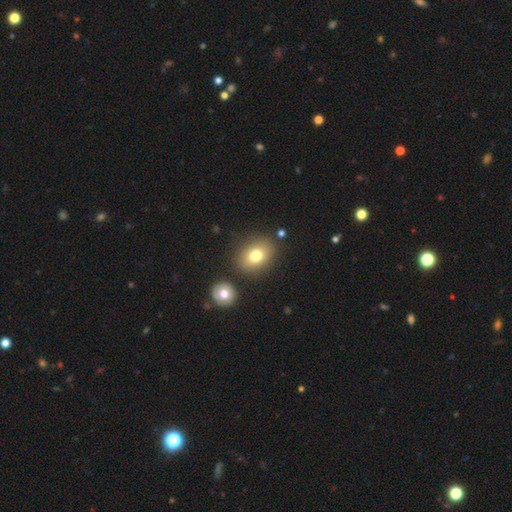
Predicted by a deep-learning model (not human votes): This appears to be a smooth galaxy with no disk features (77%) that is in between round and cigar-shaped (56%). Merging: none (80%).